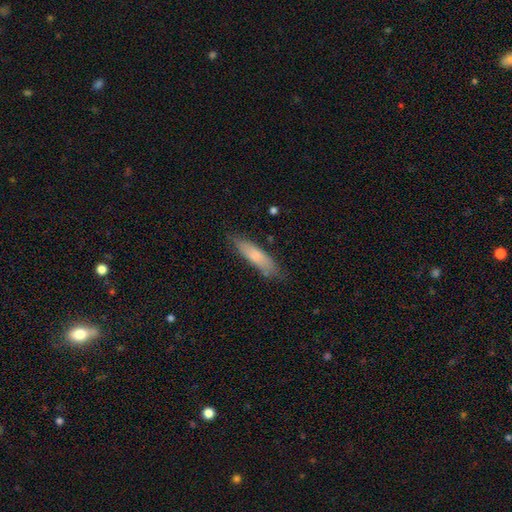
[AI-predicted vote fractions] A smooth galaxy with no disk features (75%) that is cigar-shaped (71%).

Vote fractions:
- Smooth or featured? smooth: 75% / featured or disk: 19% / star or artifact: 6%
- How rounded? cigar-shaped: 71% / in between: 28% / round: 1%
- Merging? none: 77% / minor disturbance: 18% / major disturbance: 3% / merger: 2%